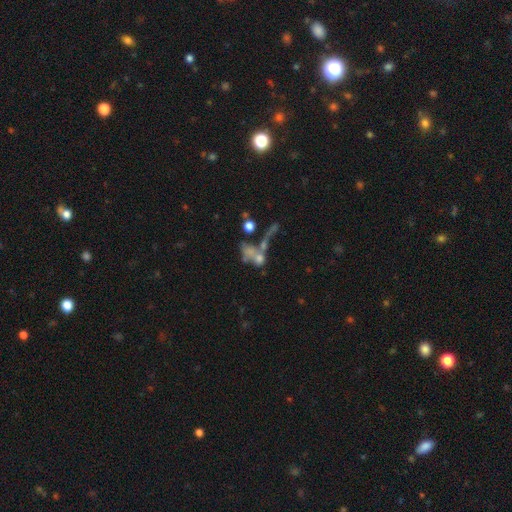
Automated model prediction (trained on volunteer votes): This appears to be a smooth galaxy with no disk features (49%). Merging: merger (53%).